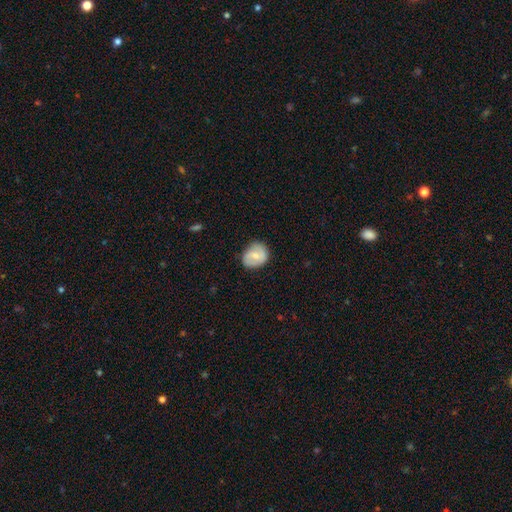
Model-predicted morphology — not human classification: smooth-or-featured: smooth: 50% | featured or disk: 43% | star or artifact: 7%
  how-rounded: round: 60% | in between: 39% | cigar-shaped: 1%
  merging: none: 73% | minor disturbance: 21% | major disturbance: 5% | merger: 1%